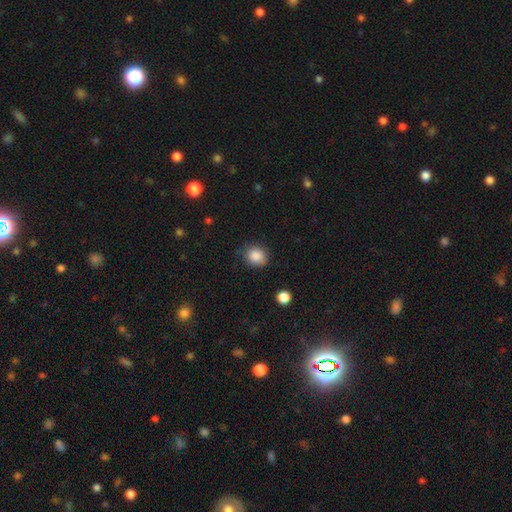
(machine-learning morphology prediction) type=smooth (87%); roundness=round (75%); merging=none (78%).